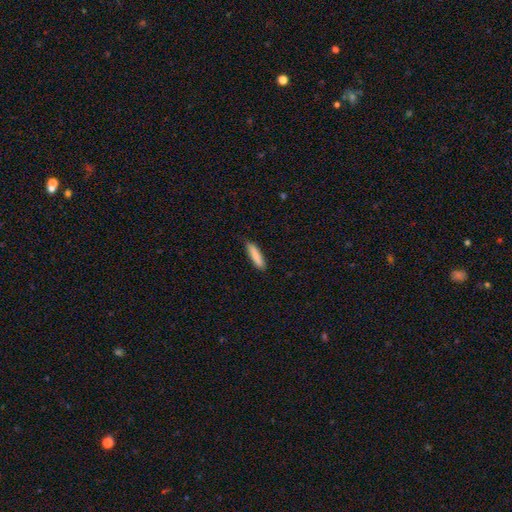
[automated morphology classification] smooth 85%, featured or disk 9%, star or artifact 6%. Down the decision tree: how rounded — cigar-shaped (79%); merging — none (83%).